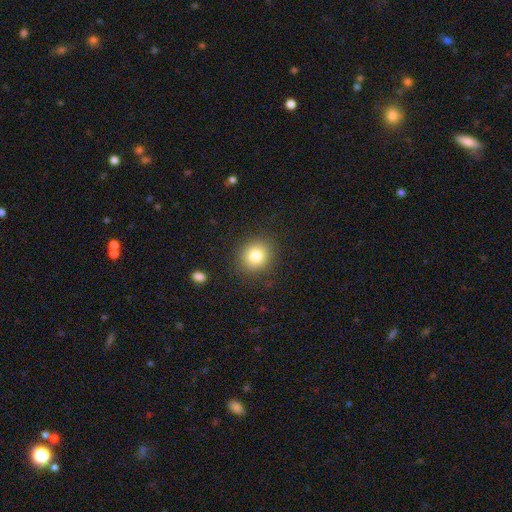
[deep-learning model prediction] smooth 81%, star or artifact 11%, featured or disk 8%. Down the decision tree: how rounded — round (84%); merging — none (88%).